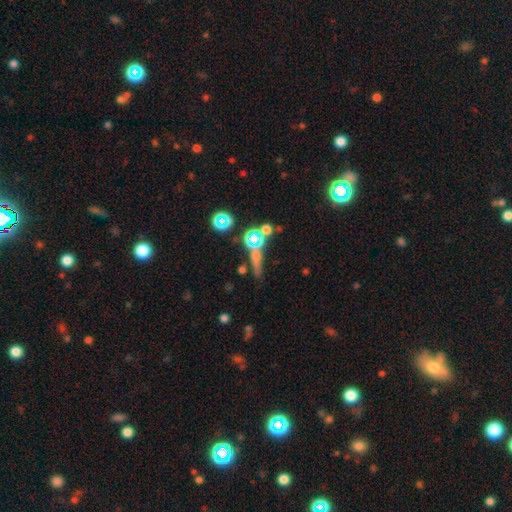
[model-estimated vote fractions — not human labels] Smooth or featured? smooth (36%)
Merging? none (55%)